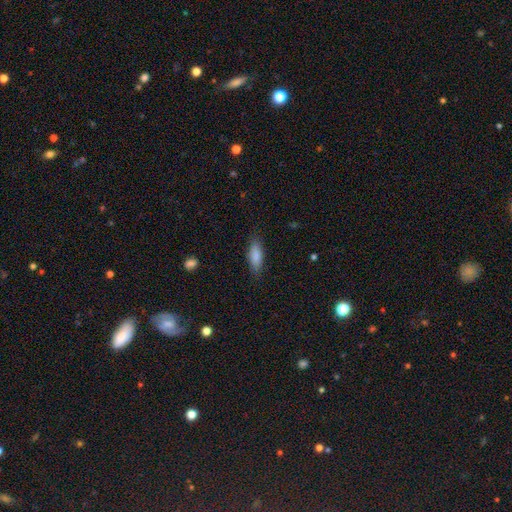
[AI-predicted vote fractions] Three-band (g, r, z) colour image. It shows a smooth galaxy with no disk features (85%) that is in between round and cigar-shaped (61%). Merging: none (84%).